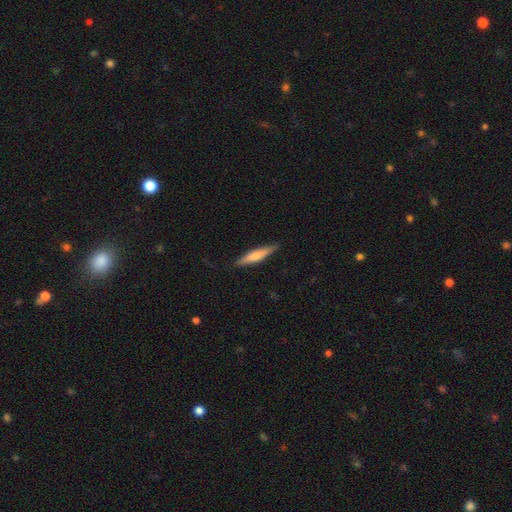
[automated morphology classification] smooth_or_featured: smooth (p=0.55) [alt: featured or disk p=0.40]
how_rounded: cigar-shaped (p=0.87) [alt: in between p=0.11]
merging: none (p=0.87) [alt: minor disturbance p=0.10]